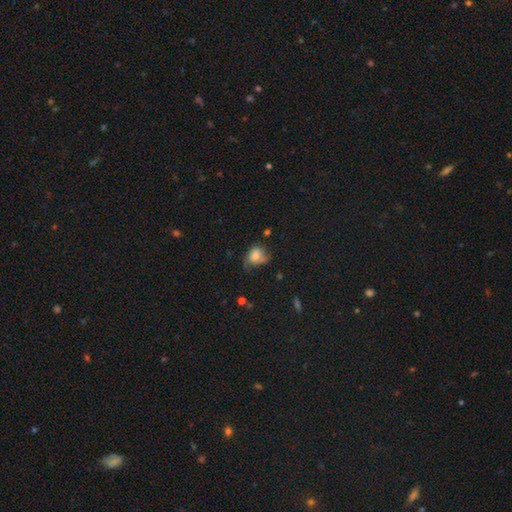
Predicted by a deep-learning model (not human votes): Q: Smooth or featured?
A: smooth (66%); runner-up: featured or disk (24%)
Q: How rounded?
A: round (52%); runner-up: in between (47%)
Q: Merging?
A: none (38%); runner-up: minor disturbance (35%)